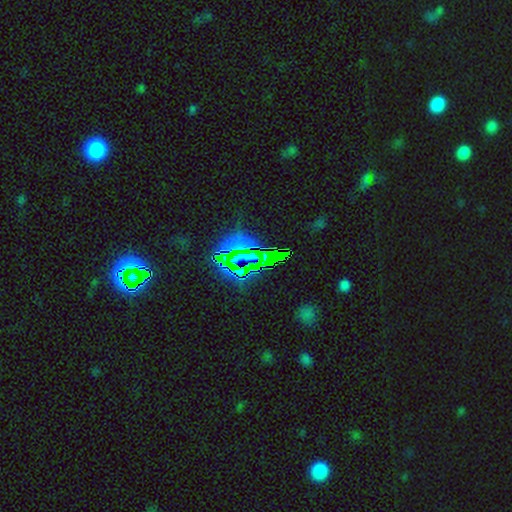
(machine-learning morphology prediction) Smooth or featured? star or artifact (80%)